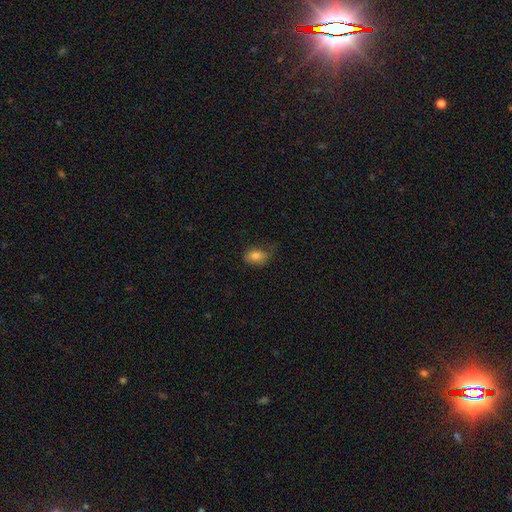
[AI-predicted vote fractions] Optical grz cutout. It shows a smooth galaxy with no disk features (81%) that is in between round and cigar-shaped (78%). Merging: none (60%).